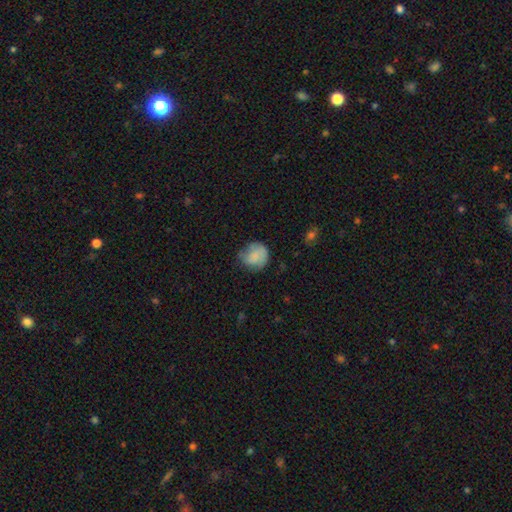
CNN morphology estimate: This appears to be a smooth galaxy with no disk features (74%) that is round (82%). Merging: none (59%).